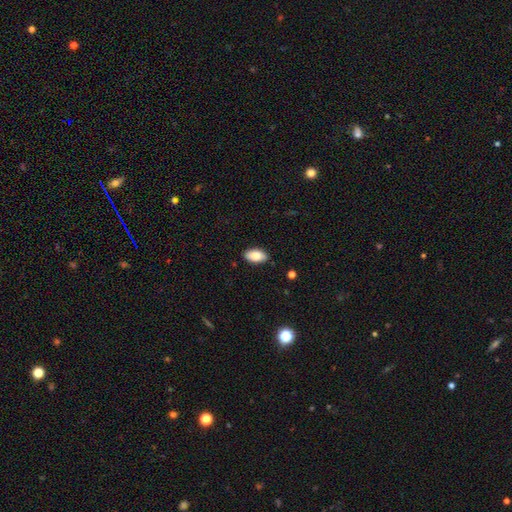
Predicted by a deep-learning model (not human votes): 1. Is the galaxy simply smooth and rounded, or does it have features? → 86% smooth, 7% featured or disk, 7% star or artifact.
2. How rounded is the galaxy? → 94% in between, 4% round, 3% cigar-shaped.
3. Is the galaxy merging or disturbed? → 86% none, 11% minor disturbance, 2% major disturbance, 1% merger.